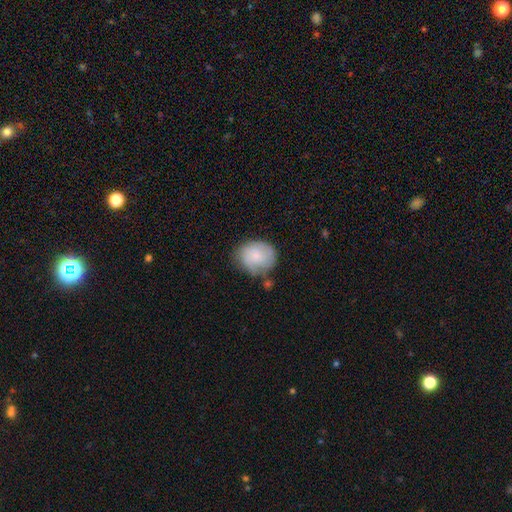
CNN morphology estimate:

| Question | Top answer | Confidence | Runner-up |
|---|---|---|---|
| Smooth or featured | smooth | 69% | featured or disk (24%) |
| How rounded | round | 66% | in between (33%) |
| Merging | none | 60% | minor disturbance (26%) |